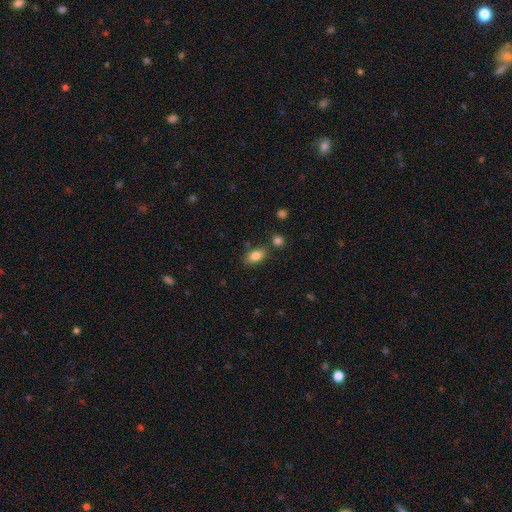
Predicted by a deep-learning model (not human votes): Smooth or featured? smooth (84%)
How rounded? in between (86%)
Merging? none (76%)